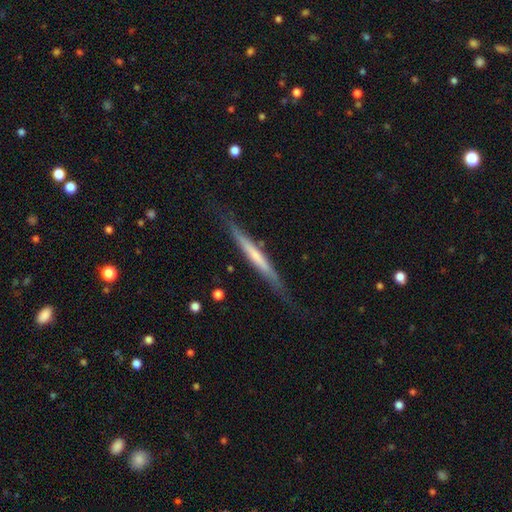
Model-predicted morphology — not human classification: Smooth or featured: featured or disk — 58% (smooth — 37%)
Edge-on disk: yes — 95% (no — 5%)
Edge-on bulge: none — 68% (rounded — 23%)
Merging: none — 79% (minor disturbance — 16%)